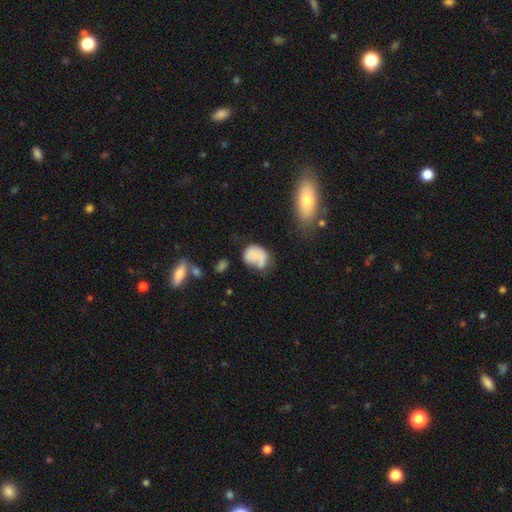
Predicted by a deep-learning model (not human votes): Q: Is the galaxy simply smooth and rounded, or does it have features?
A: smooth — 64%.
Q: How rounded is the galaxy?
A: in between — 52%.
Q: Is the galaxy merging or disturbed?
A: none — 34%.